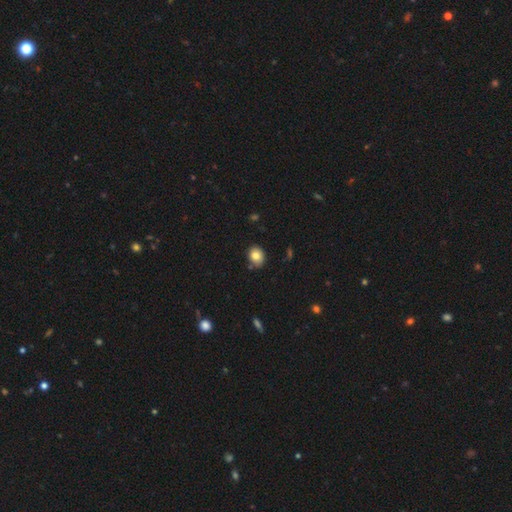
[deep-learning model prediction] smooth 80%, featured or disk 10%, star or artifact 10%. Down the decision tree: how rounded — round (52%); merging — none (80%).